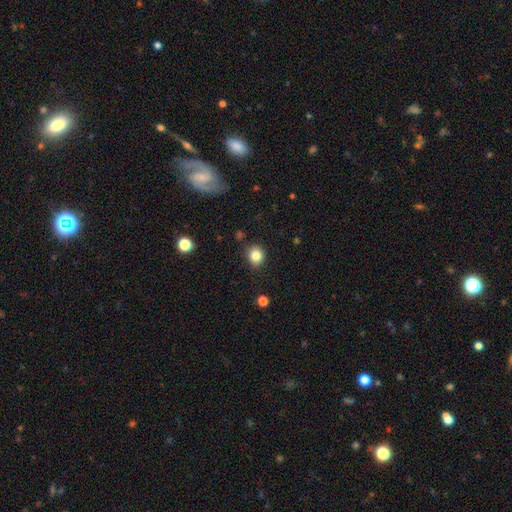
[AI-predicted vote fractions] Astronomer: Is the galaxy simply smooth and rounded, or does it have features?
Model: smooth — 83%.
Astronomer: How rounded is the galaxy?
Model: round — 76%.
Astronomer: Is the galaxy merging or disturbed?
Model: none — 86%.